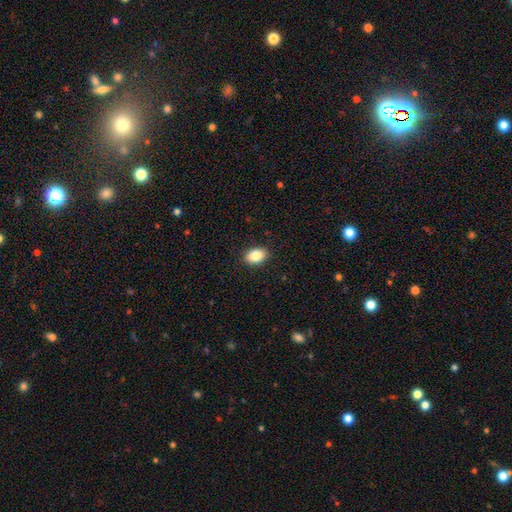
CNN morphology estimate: smooth 85%, star or artifact 8%, featured or disk 7%. Down the decision tree: how rounded — in between (82%); merging — none (90%).